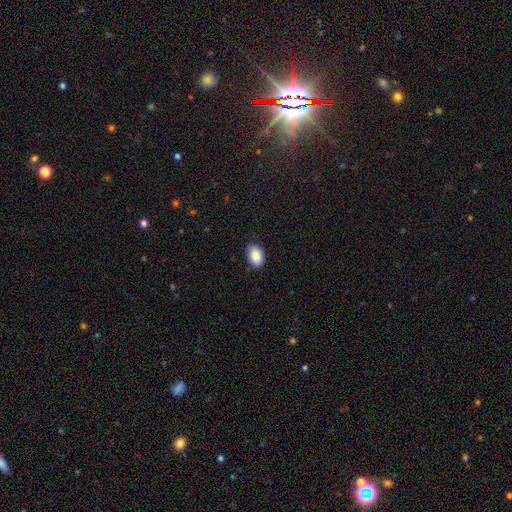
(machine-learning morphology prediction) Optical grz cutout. It shows a smooth galaxy with no disk features (90%) that is in between round and cigar-shaped (87%). Merging: none (86%).